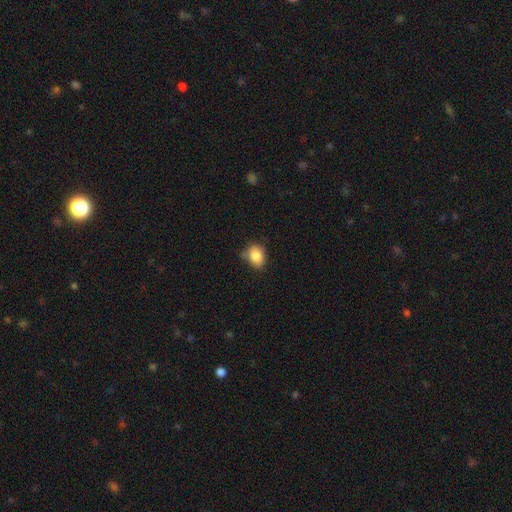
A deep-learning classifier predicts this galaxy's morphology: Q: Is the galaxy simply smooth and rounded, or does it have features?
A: smooth — 85%.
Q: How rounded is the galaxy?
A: in between — 52%.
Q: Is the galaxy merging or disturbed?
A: none — 70%.